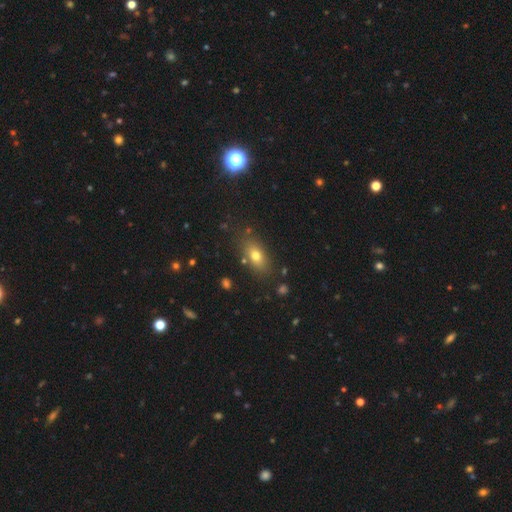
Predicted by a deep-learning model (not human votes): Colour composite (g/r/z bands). It shows a smooth galaxy with no disk features (74%) that is in between round and cigar-shaped (80%). Merging: none (80%).